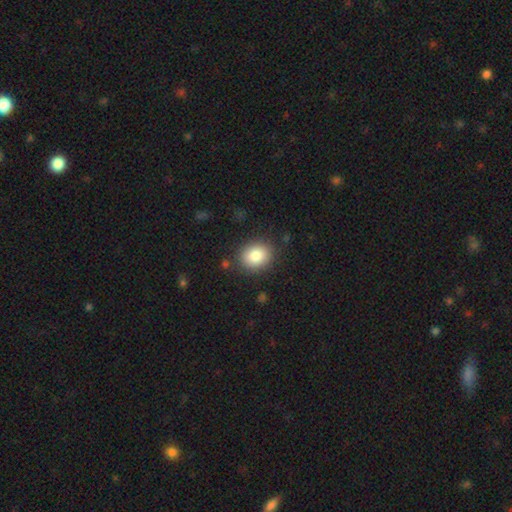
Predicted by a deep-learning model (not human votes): smooth_or_featured: smooth (p=0.84) [alt: star or artifact p=0.09]
how_rounded: round (p=0.62) [alt: in between p=0.38]
merging: none (p=0.86) [alt: minor disturbance p=0.09]